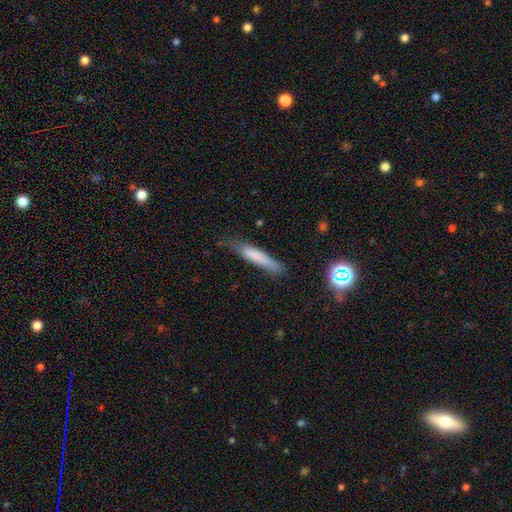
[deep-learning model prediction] This appears to be a smooth galaxy with no disk features (69%) that is cigar-shaped (89%). Merging: none (65%).